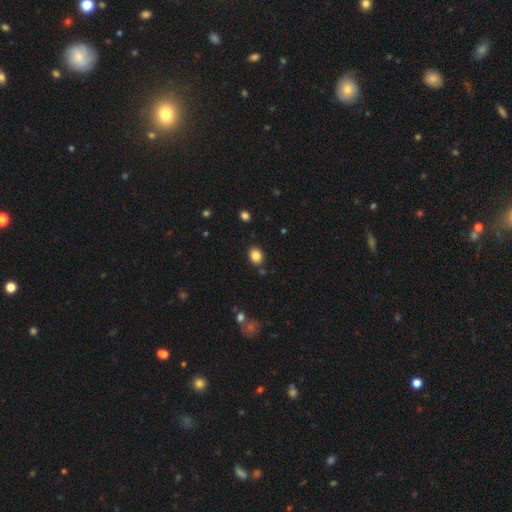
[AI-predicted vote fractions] Morphology: type=smooth (85%); roundness=in between (63%); merging=none (83%).